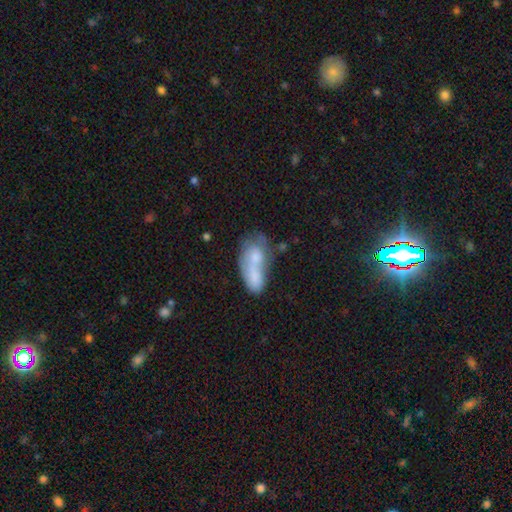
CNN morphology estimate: This is likely a smooth galaxy (66%). How rounded: clearly in between (84%). Merging: possibly merger (59%).